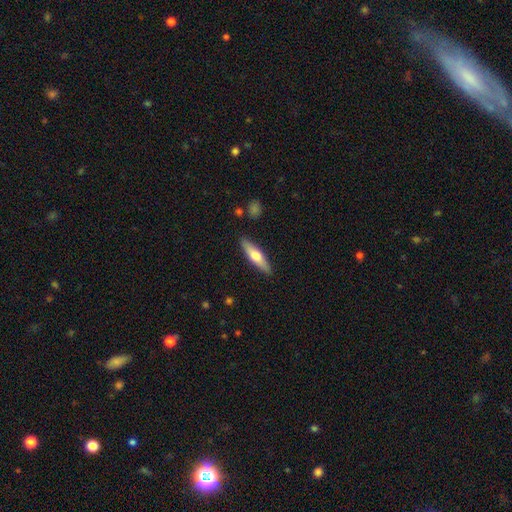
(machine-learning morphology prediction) Overall: smooth (53%; featured or disk 42%). How rounded: cigar-shaped (69%; in between 29%). Merging: none (89%).